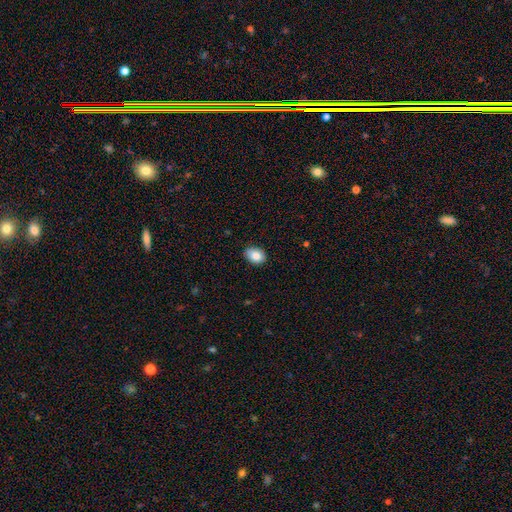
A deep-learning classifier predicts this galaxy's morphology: Smooth or featured: smooth — 86% (star or artifact — 8%)
How rounded: in between — 74% (round — 25%)
Merging: none — 81% (minor disturbance — 16%)